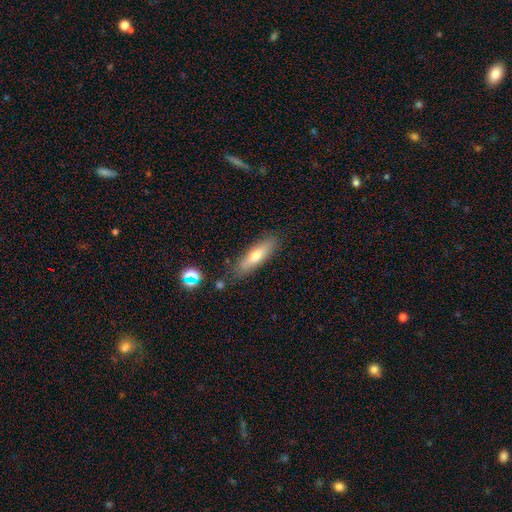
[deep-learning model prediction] smooth_or_featured: smooth (p=0.64) [alt: featured or disk p=0.28]
how_rounded: cigar-shaped (p=0.66) [alt: in between p=0.32]
merging: none (p=0.82) [alt: minor disturbance p=0.12]